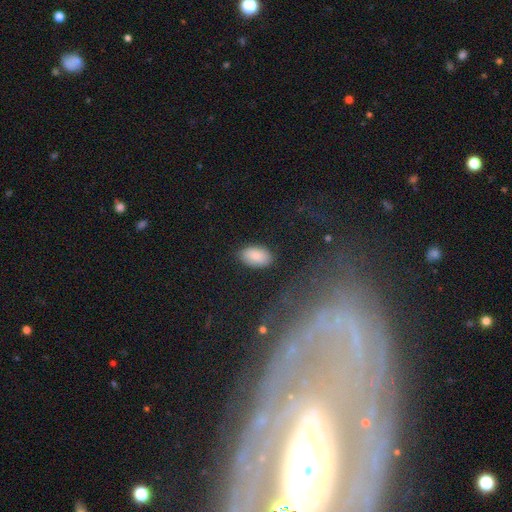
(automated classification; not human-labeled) Smooth or featured? smooth (86%)
How rounded? in between (93%)
Merging? none (82%)